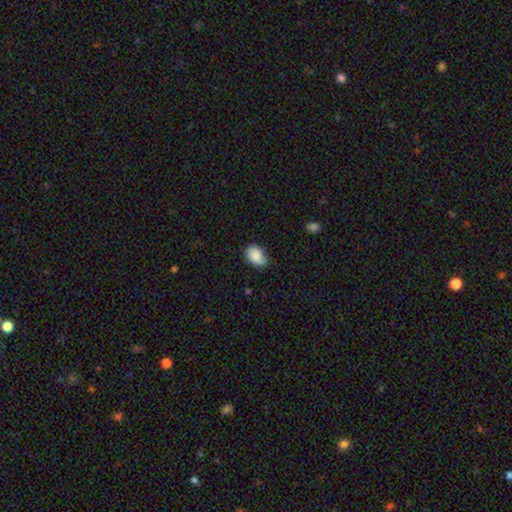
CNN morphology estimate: type=smooth (83%); roundness=in between (80%); merging=none (65%).